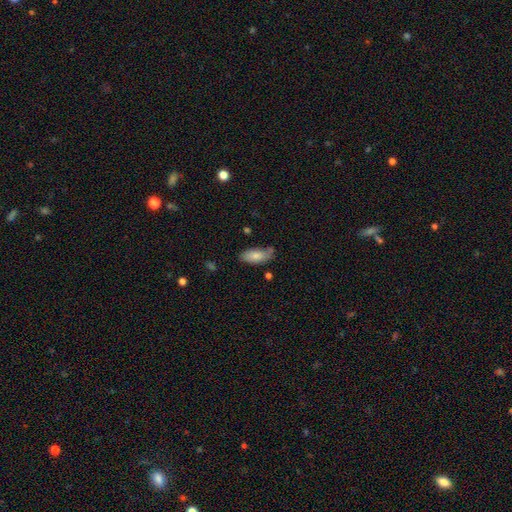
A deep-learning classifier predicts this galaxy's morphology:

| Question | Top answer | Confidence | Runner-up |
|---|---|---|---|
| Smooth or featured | smooth | 79% | featured or disk (14%) |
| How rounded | in between | 86% | cigar-shaped (12%) |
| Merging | none | 66% | minor disturbance (23%) |